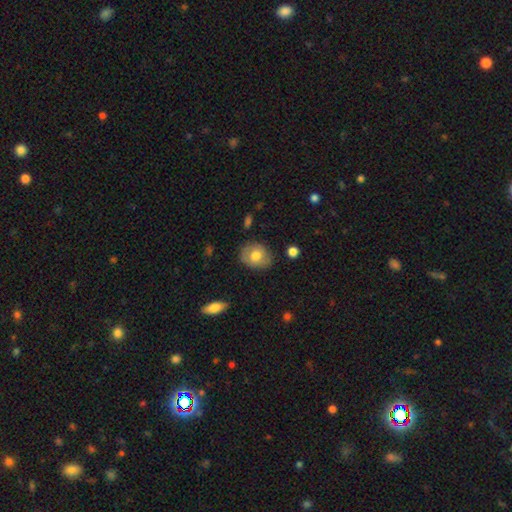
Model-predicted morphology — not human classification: Overall: smooth (72%). How rounded: round (53%; in between 46%). Merging: none (80%).